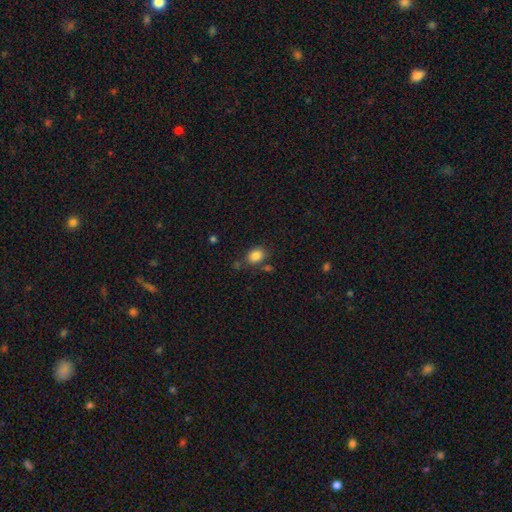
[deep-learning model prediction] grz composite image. It shows a smooth galaxy with no disk features (84%) that is in between round and cigar-shaped (61%). Merging: none (70%).